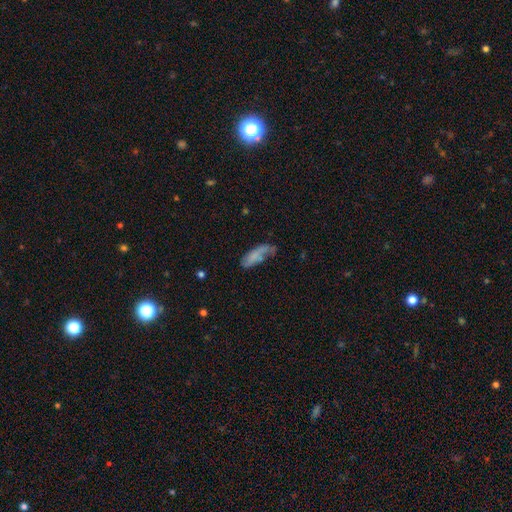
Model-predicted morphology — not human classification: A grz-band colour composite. It shows a smooth galaxy with no disk features (63%) that is in between round and cigar-shaped (68%). Merging: none (36%).